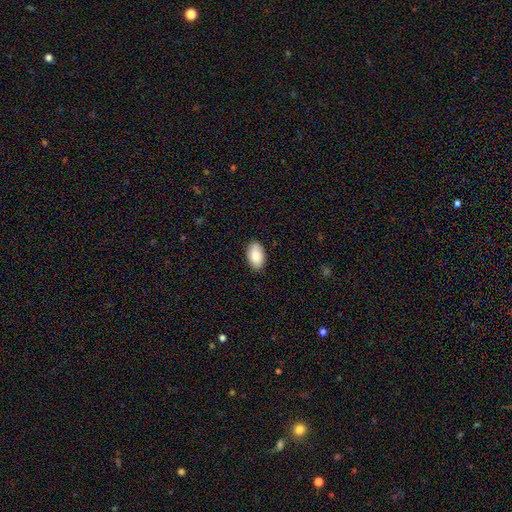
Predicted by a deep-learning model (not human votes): Smooth or featured: smooth — 84% (featured or disk — 9%)
How rounded: in between — 94% (round — 5%)
Merging: none — 87% (minor disturbance — 10%)